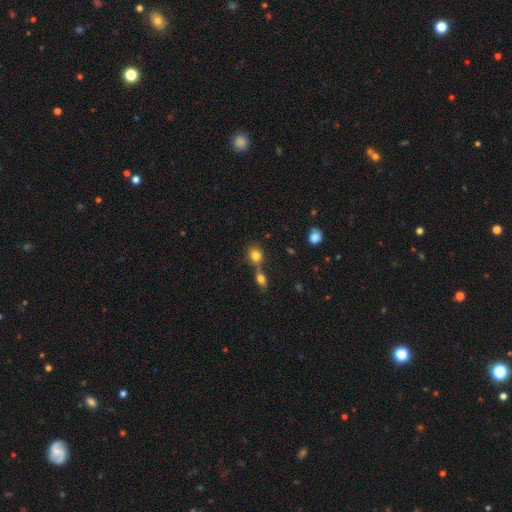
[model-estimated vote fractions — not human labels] This appears to be a smooth galaxy with no disk features (82%) that is round (70%). Merging: none (47%).